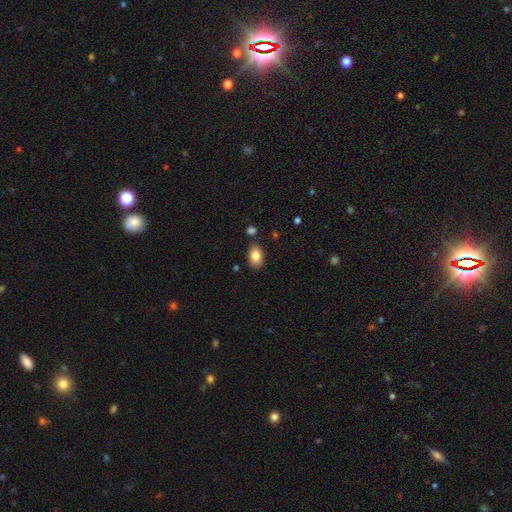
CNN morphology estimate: smooth 84%, featured or disk 8%, star or artifact 8%. Down the decision tree: how rounded — in between (88%); merging — none (83%).